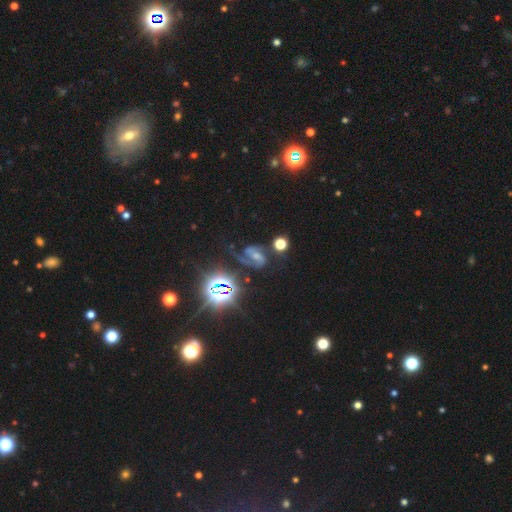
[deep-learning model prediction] featured or disk 65%, star or artifact 23%, smooth 11%. Down the decision tree: edge-on disk — no (97%); bar — weak (41%); spiral arms — yes (93%); spiral arm count — 2 (78%); spiral winding — medium (50%); bulge size — small (41%); merging — none (50%).